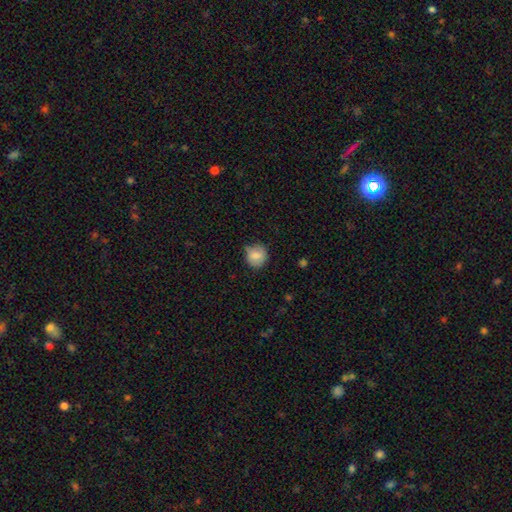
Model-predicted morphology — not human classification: The model was most divided on "merging": none: 74%, minor disturbance: 21%, major disturbance: 4%, merger: 2%. More confident: how rounded — round (86%); smooth or featured — smooth (81%).